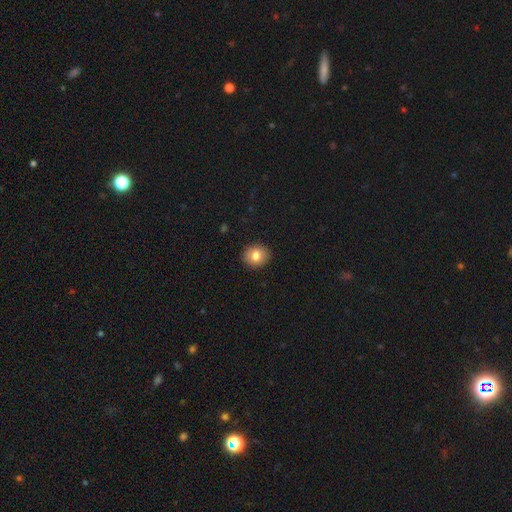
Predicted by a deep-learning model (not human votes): A smooth galaxy with no disk features (81%) that is round (68%).

Vote fractions:
- Smooth or featured? smooth: 81% / featured or disk: 10% / star or artifact: 9%
- How rounded? round: 68% / in between: 31% / cigar-shaped: 1%
- Merging? none: 91% / minor disturbance: 6% / major disturbance: 2% / merger: 1%